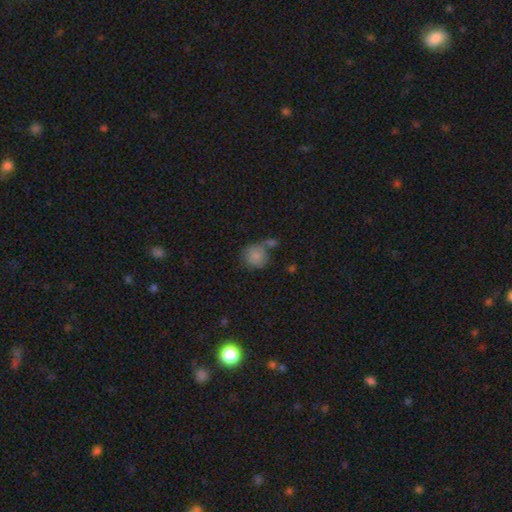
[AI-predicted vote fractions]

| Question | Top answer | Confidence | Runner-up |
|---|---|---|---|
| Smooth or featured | smooth | 83% | star or artifact (9%) |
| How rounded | round | 83% | in between (15%) |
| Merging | none | 49% | merger (26%) |